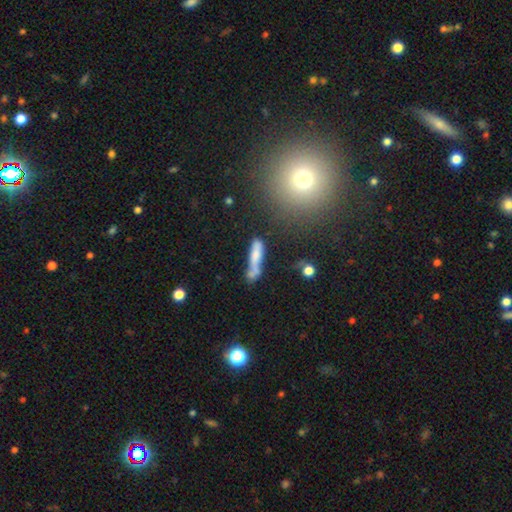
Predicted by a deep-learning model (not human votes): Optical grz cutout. It shows a smooth galaxy with no disk features (63%) that is cigar-shaped (76%). Merging: none (35%).